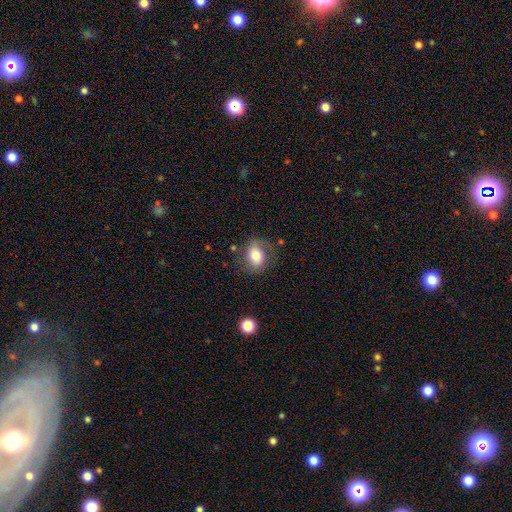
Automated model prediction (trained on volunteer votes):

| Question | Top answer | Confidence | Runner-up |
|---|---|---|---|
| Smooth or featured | smooth | 66% | featured or disk (25%) |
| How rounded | in between | 54% | round (44%) |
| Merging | none | 68% | minor disturbance (20%) |